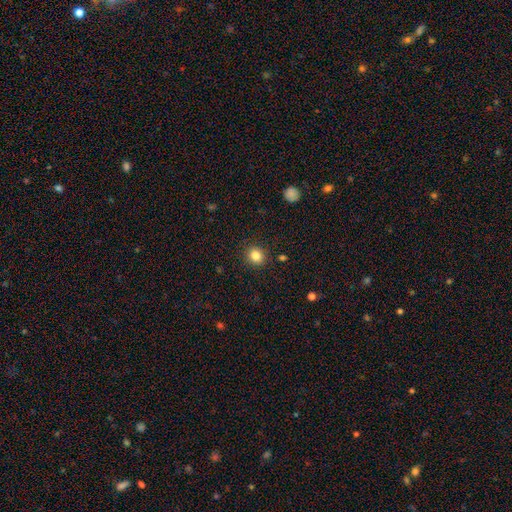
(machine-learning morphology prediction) Smooth or featured? smooth (84%)
How rounded? round (80%)
Merging? none (89%)